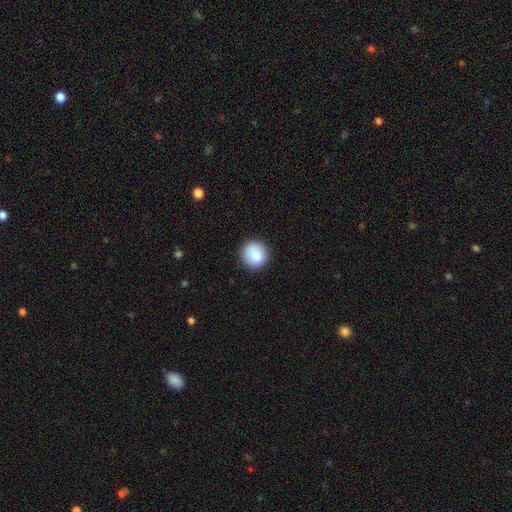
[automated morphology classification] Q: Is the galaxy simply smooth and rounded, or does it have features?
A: smooth — 83%.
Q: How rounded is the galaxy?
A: round — 92%.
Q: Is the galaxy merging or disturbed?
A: none — 88%.